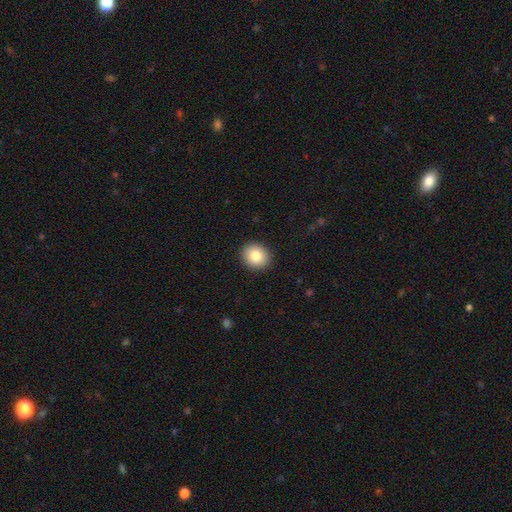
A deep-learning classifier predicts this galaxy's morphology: smooth-or-featured: smooth: 83% | star or artifact: 8% | featured or disk: 8%
  how-rounded: round: 72% | in between: 27% | cigar-shaped: 1%
  merging: none: 92% | minor disturbance: 6% | major disturbance: 2% | merger: 1%